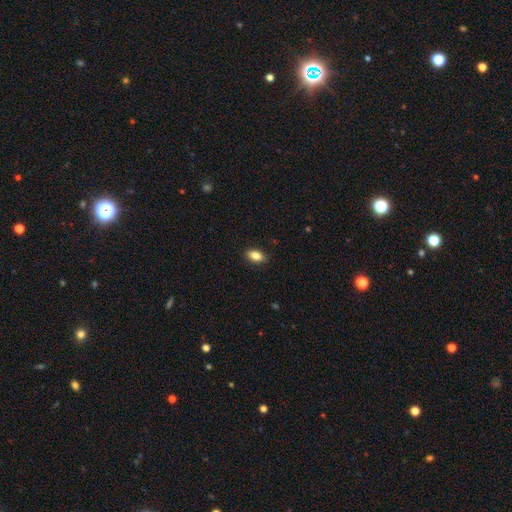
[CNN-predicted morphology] Overall: smooth (85%). How rounded: in between (89%). Merging: none (88%).